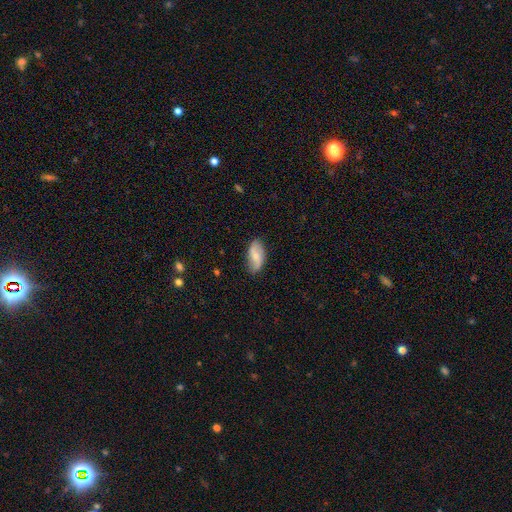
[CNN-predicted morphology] Q: Smooth or featured?
A: smooth (48%); runner-up: featured or disk (45%)
Q: Merging?
A: none (78%); runner-up: minor disturbance (17%)